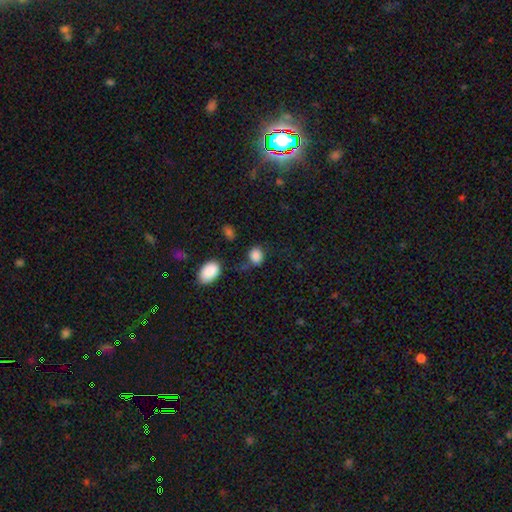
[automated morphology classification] Smooth or featured: smooth — 86% (star or artifact — 10%)
How rounded: round — 53% (in between — 46%)
Merging: none — 68% (minor disturbance — 19%)